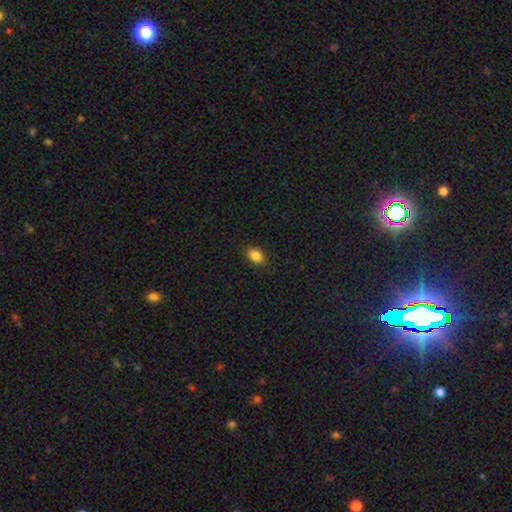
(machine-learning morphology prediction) smooth-or-featured: smooth: 86% | star or artifact: 9% | featured or disk: 4%
  how-rounded: in between: 83% | round: 16% | cigar-shaped: 2%
  merging: none: 87% | minor disturbance: 10% | major disturbance: 2% | merger: 1%